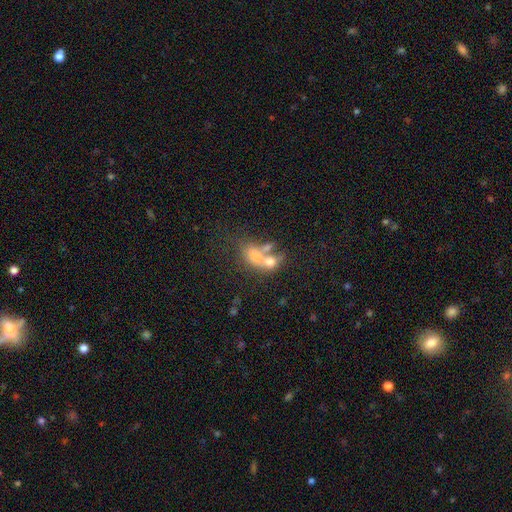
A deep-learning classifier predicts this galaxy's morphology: Smooth or featured? Predicted: smooth (p=0.64). How rounded? Predicted: in between (p=0.68). Merging? Predicted: merger (p=0.60).